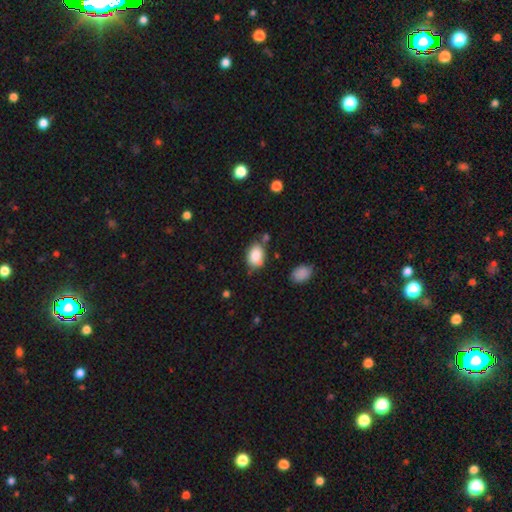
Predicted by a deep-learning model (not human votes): Smooth or featured? smooth (84%)
How rounded? in between (79%)
Merging? none (65%)